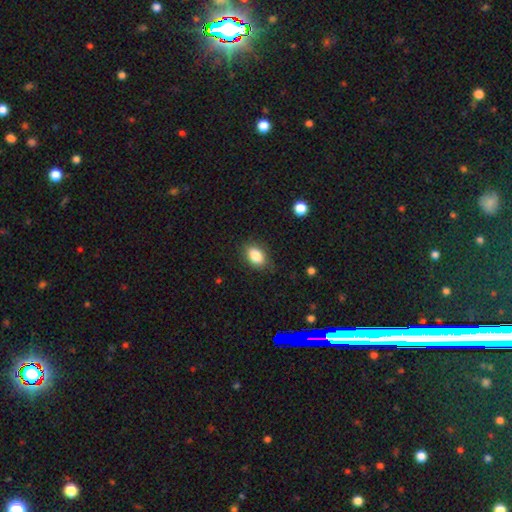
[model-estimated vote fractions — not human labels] A smooth galaxy with no disk features (85%) that is in between round and cigar-shaped (84%).

Vote fractions:
- Smooth or featured? smooth: 85% / star or artifact: 9% / featured or disk: 6%
- How rounded? in between: 84% / round: 14% / cigar-shaped: 2%
- Merging? none: 82% / minor disturbance: 13% / major disturbance: 3% / merger: 1%